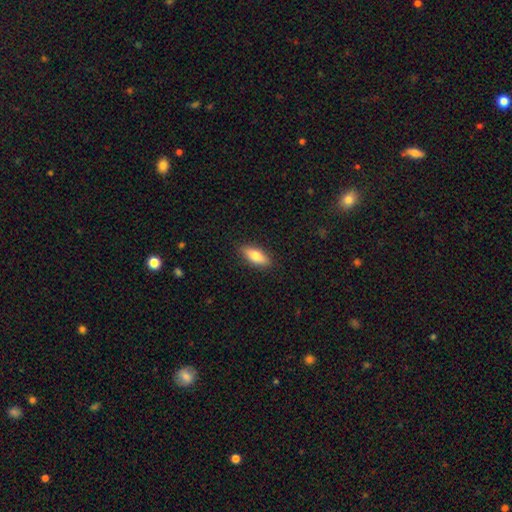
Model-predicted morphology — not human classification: Smooth or featured? smooth (74%)
How rounded? in between (69%)
Merging? none (88%)